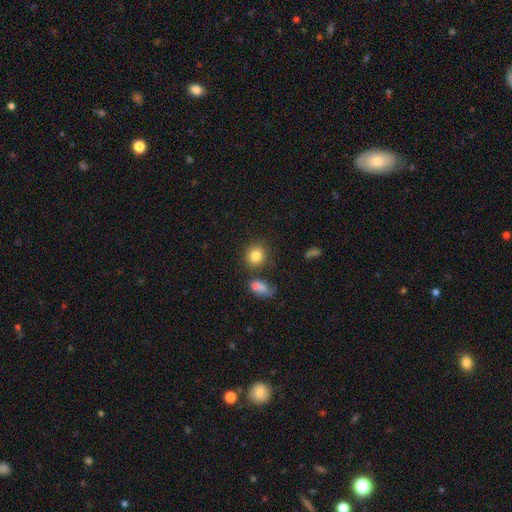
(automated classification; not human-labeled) Q: Smooth or featured?
A: smooth (83%); runner-up: star or artifact (10%)
Q: How rounded?
A: round (82%); runner-up: in between (17%)
Q: Merging?
A: none (77%); runner-up: minor disturbance (10%)